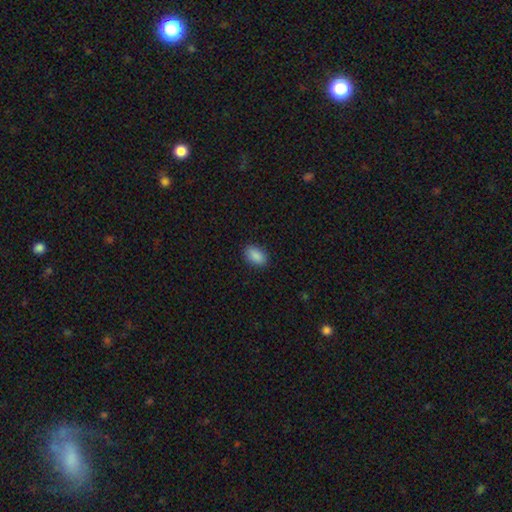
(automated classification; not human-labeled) smooth 90%, star or artifact 7%, featured or disk 3%. Down the decision tree: how rounded — in between (91%); merging — none (88%).